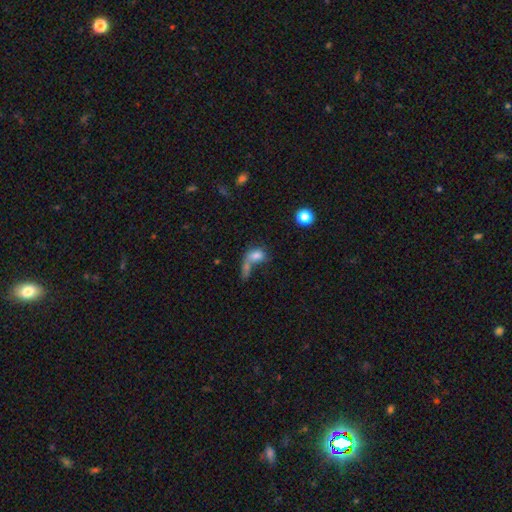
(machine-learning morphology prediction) Q: Smooth or featured?
A: smooth (71%); runner-up: featured or disk (16%)
Q: How rounded?
A: in between (71%); runner-up: round (25%)
Q: Merging?
A: merger (49%); runner-up: none (21%)